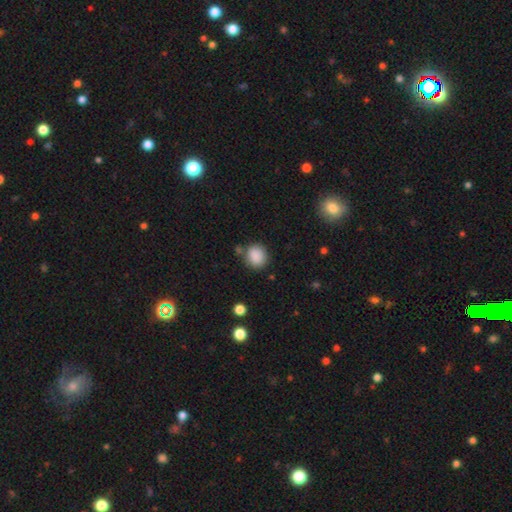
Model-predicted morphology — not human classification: Smooth or featured? Predicted: smooth (p=0.87). How rounded? Predicted: round (p=0.71). Merging? Predicted: none (p=0.76).